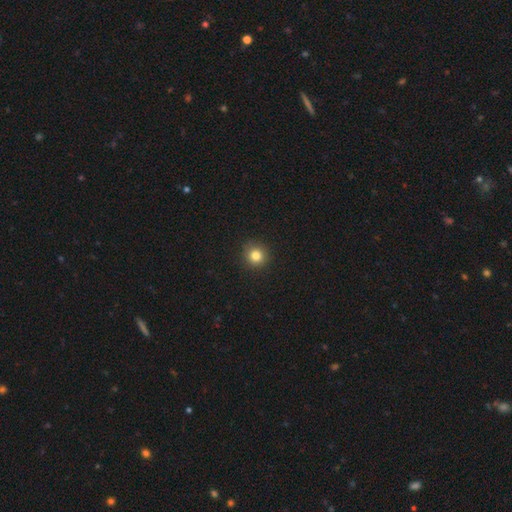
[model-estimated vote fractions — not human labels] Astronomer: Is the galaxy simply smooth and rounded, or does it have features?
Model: smooth — 82%.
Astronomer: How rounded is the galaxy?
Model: round — 93%.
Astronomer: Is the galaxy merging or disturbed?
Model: none — 92%.